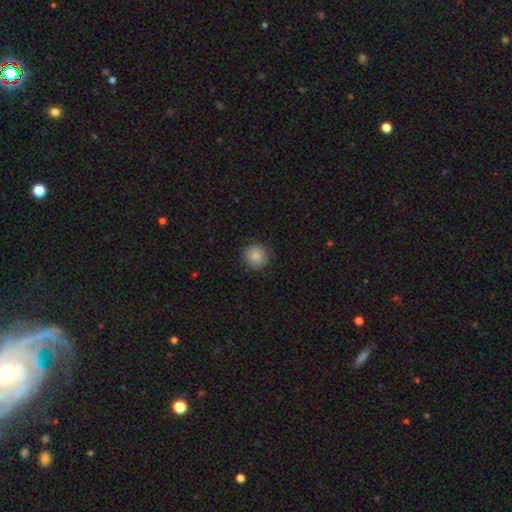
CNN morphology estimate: This is clearly a smooth galaxy (88%). How rounded: clearly round (94%). Merging: clearly none (89%).